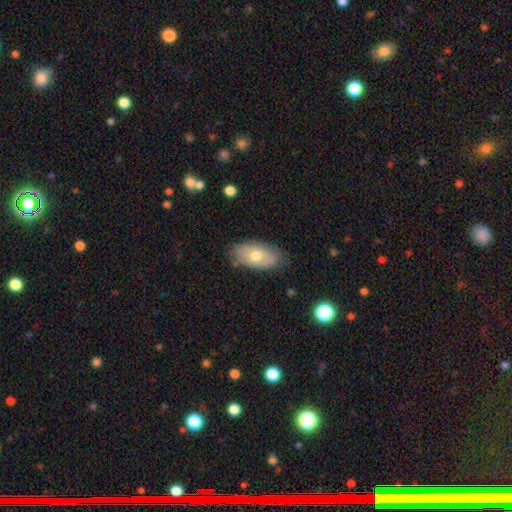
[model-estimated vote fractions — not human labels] A smooth galaxy with no disk features (64%) that is in between round and cigar-shaped (93%). Merging: none (76%).